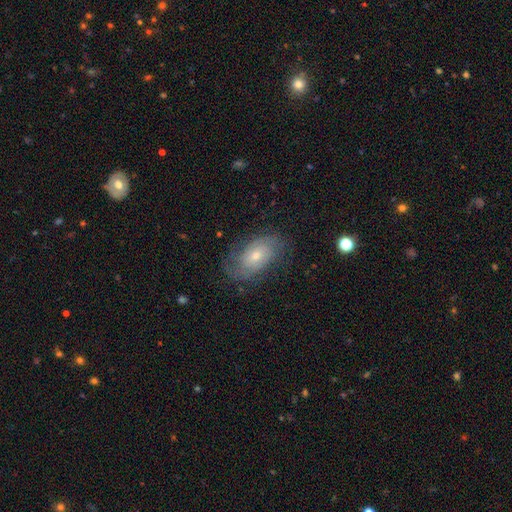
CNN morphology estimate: Smooth or featured?
  - featured or disk: 68% *
  - smooth: 23%
  - star or artifact: 9%
Edge-on disk?
  - no: 95% *
  - yes: 5%
Bar?
  - no: 71% *
  - weak: 24%
  - strong: 5%
Spiral arms?
  - yes: 87% *
  - no: 13%
Spiral winding?
  - tight: 51% *
  - medium: 34%
  - loose: 14%
Spiral arm count?
  - 2: 49% *
  - can't tell: 34%
  - 3: 7%
  - 1: 4%
  - 4: 3%
  - more than 4: 3%
Bulge size?
  - small: 49% *
  - moderate: 46%
  - large: 3%
  - none: 1%
  - dominant: 1%
Merging?
  - none: 72% *
  - minor disturbance: 18%
  - major disturbance: 9%
  - merger: 1%